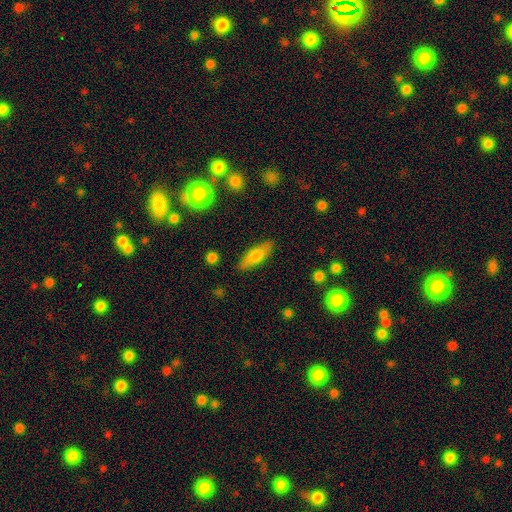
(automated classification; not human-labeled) Overall: smooth (68%). How rounded: in between (59%; cigar-shaped 38%). Merging: none (86%).